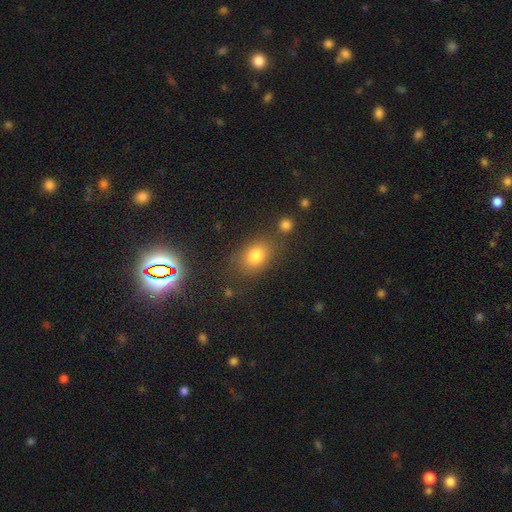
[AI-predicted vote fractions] Smooth or featured? Predicted: smooth (p=0.74). How rounded? Predicted: in between (p=0.68). Merging? Predicted: none (p=0.74).